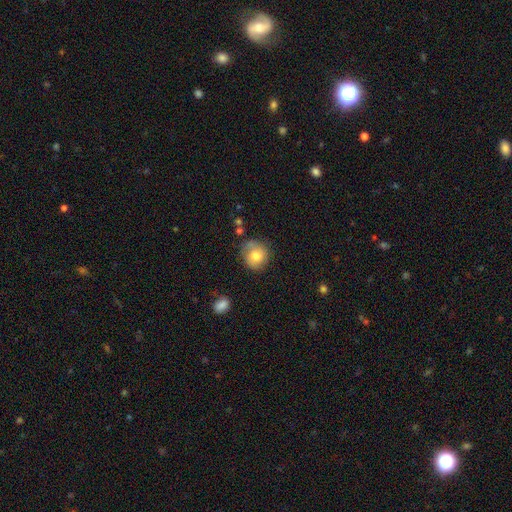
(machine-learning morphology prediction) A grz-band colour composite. It shows a smooth galaxy with no disk features (74%) that is round (84%). Merging: none (68%).